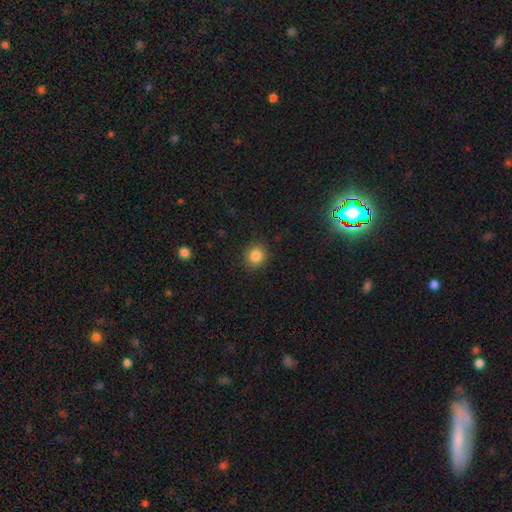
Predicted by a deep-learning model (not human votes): A smooth galaxy with no disk features (85%) that is round (85%).

Vote fractions:
- Smooth or featured? smooth: 85% / star or artifact: 11% / featured or disk: 5%
- How rounded? round: 85% / in between: 14% / cigar-shaped: 1%
- Merging? none: 89% / minor disturbance: 7% / major disturbance: 2% / merger: 1%